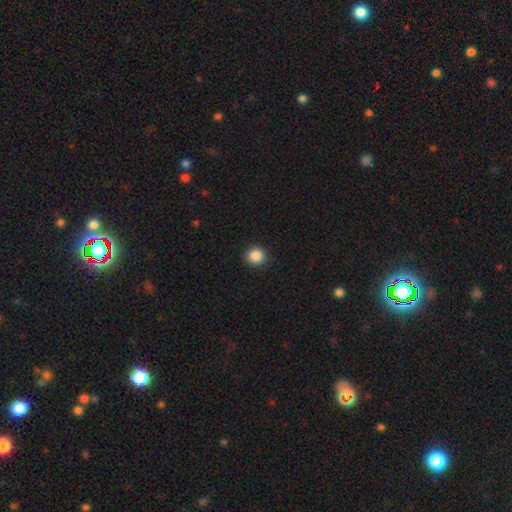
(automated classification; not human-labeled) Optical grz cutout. It shows a smooth galaxy with no disk features (87%) that is round (91%). Merging: none (92%).